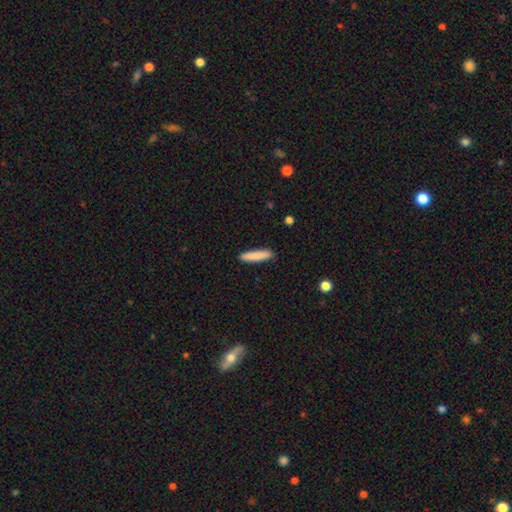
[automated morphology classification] Q: Smooth or featured?
A: smooth (85%); runner-up: featured or disk (9%)
Q: How rounded?
A: cigar-shaped (88%); runner-up: in between (11%)
Q: Merging?
A: none (90%); runner-up: minor disturbance (7%)